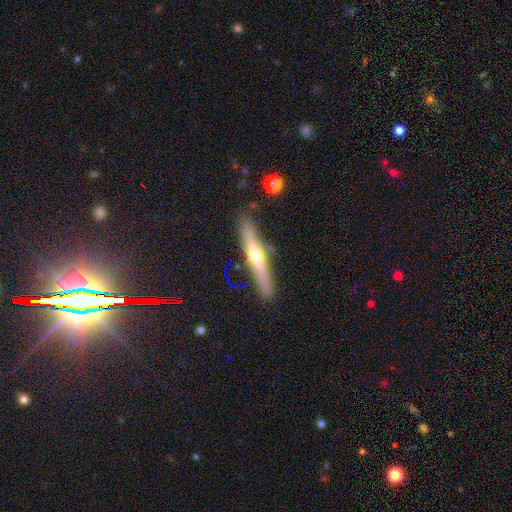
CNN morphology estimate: This appears to be a featured or disk galaxy (60%) viewed edge-on (94%) with a rounded central bulge (87%). Merging: none (84%).